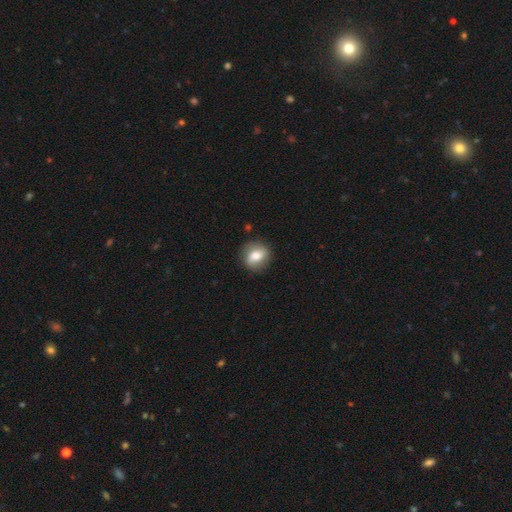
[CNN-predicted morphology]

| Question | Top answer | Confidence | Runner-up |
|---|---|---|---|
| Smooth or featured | smooth | 67% | featured or disk (25%) |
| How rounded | round | 74% | in between (24%) |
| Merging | none | 85% | minor disturbance (11%) |